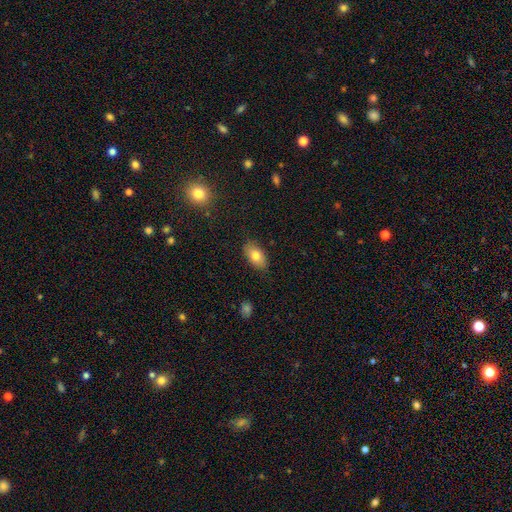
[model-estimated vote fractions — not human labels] Smooth or featured: smooth — 78% (featured or disk — 15%)
How rounded: in between — 91% (round — 7%)
Merging: none — 85% (minor disturbance — 12%)